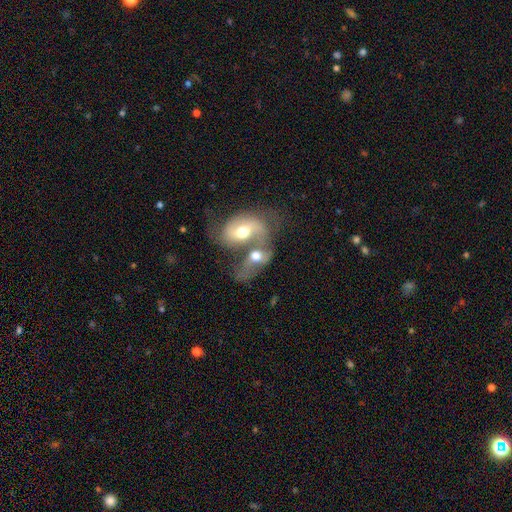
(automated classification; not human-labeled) This is possibly a featured or disk galaxy (51%). It is clearly not viewed edge-on (93%). Merging: likely merger (74%).